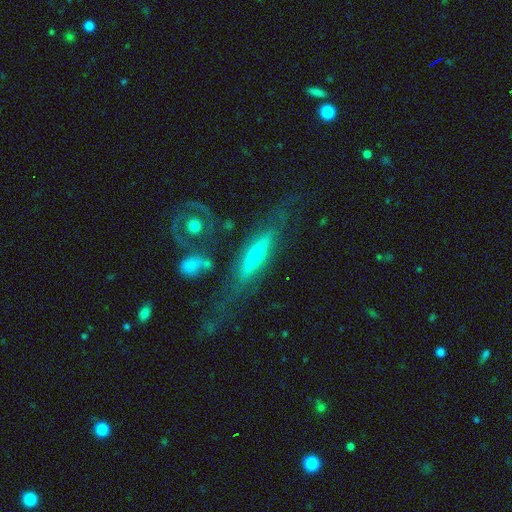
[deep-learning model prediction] featured or disk 70%, smooth 24%, star or artifact 6%. Down the decision tree: edge-on disk — yes (77%); edge-on bulge — rounded (78%); merging — none (64%).